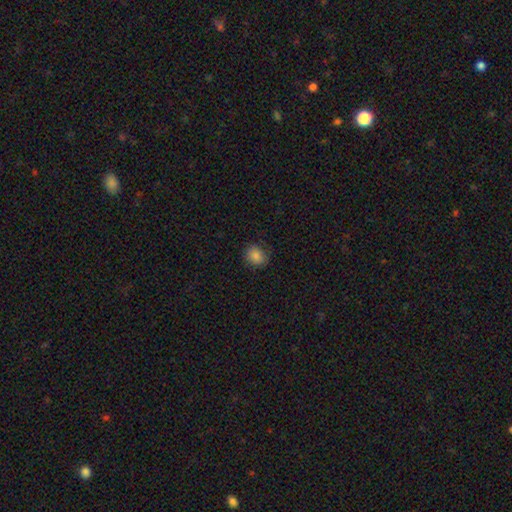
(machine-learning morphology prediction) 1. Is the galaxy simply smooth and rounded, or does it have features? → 82% smooth, 10% star or artifact, 7% featured or disk.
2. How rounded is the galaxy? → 66% round, 33% in between, 1% cigar-shaped.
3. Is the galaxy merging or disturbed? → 78% none, 16% minor disturbance, 4% major disturbance, 1% merger.